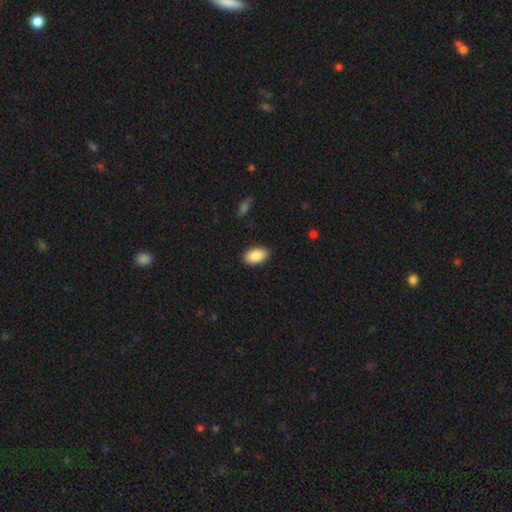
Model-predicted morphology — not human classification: smooth 89%, star or artifact 6%, featured or disk 4%. Down the decision tree: how rounded — in between (94%); merging — none (89%).